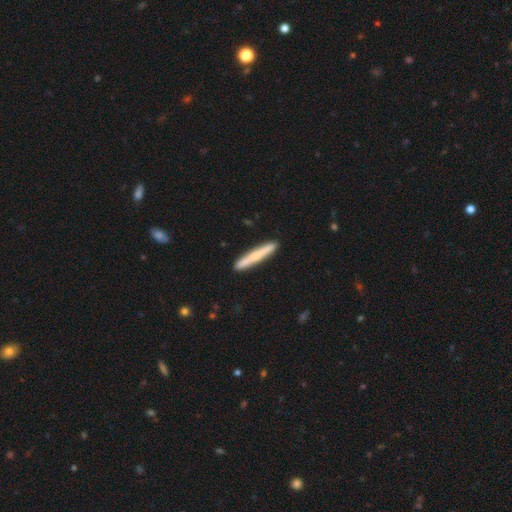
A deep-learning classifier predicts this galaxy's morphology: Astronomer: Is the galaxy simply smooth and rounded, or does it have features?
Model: smooth — 56% (runner-up: featured or disk, 39%).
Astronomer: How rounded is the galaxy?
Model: cigar-shaped — 96%.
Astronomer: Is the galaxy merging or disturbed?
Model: none — 89%.